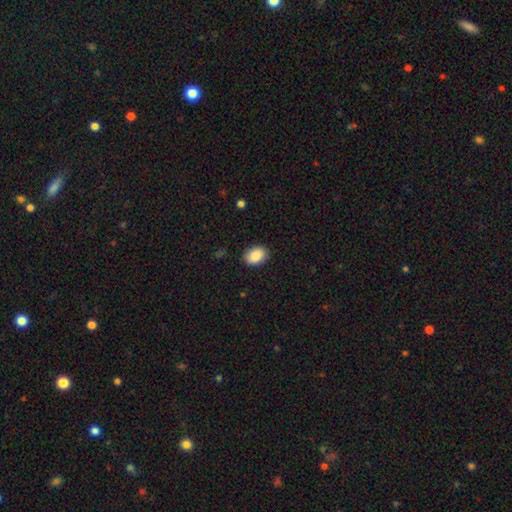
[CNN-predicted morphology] smooth_or_featured: smooth (p=0.89) [alt: star or artifact p=0.07]
how_rounded: in between (p=0.81) [alt: round p=0.18]
merging: none (p=0.88) [alt: minor disturbance p=0.09]